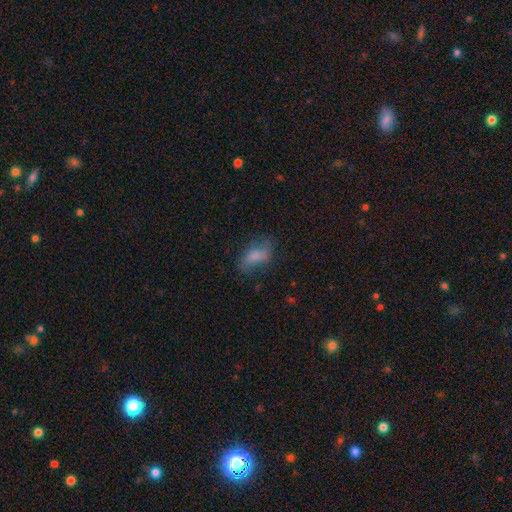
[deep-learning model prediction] Smooth or featured: smooth — 67% (featured or disk — 24%)
How rounded: in between — 81% (cigar-shaped — 14%)
Merging: none — 54% (minor disturbance — 27%)